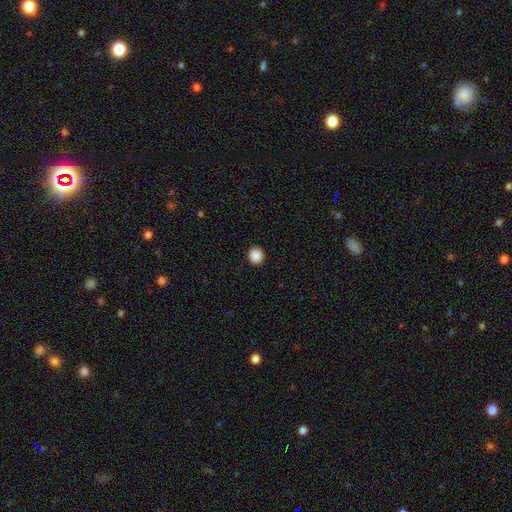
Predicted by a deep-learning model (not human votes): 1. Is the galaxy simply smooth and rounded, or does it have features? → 89% smooth, 9% star or artifact, 2% featured or disk.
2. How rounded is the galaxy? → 89% round, 10% in between, 1% cigar-shaped.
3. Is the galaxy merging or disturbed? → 93% none, 5% minor disturbance, 2% major disturbance, 1% merger.